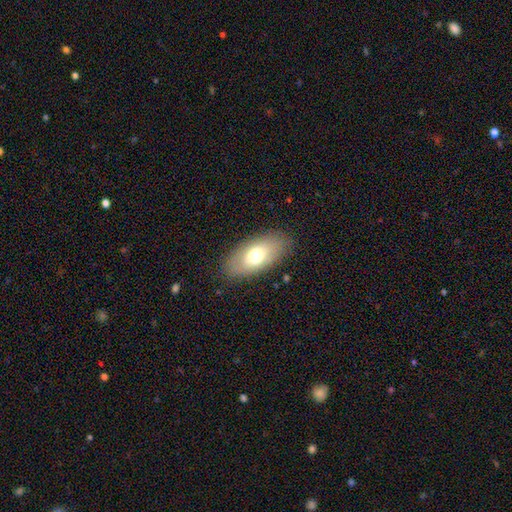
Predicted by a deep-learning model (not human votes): This is likely a smooth galaxy (66%). How rounded: clearly in between (91%). Merging: clearly none (84%).